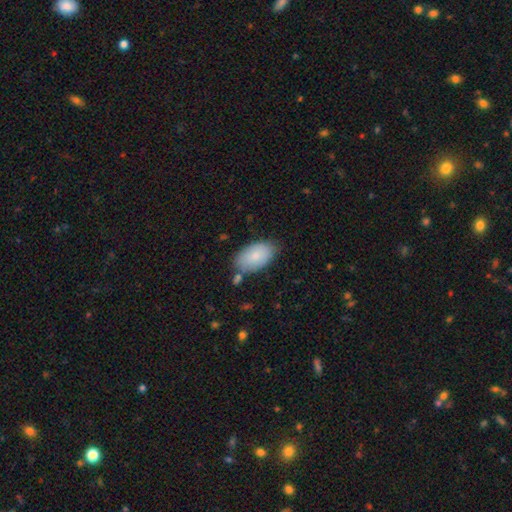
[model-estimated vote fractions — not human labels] smooth-or-featured: smooth: 83% | featured or disk: 11% | star or artifact: 6%
  how-rounded: in between: 95% | round: 4% | cigar-shaped: 2%
  merging: none: 74% | minor disturbance: 17% | merger: 5% | major disturbance: 4%